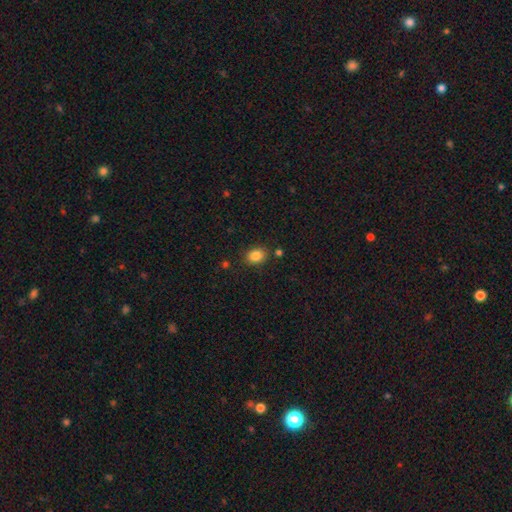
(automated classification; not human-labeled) Smooth or featured?
  - smooth: 85% *
  - star or artifact: 10%
  - featured or disk: 5%
How rounded?
  - in between: 58% *
  - round: 41%
  - cigar-shaped: 1%
Merging?
  - none: 84% *
  - minor disturbance: 10%
  - merger: 4%
  - major disturbance: 3%